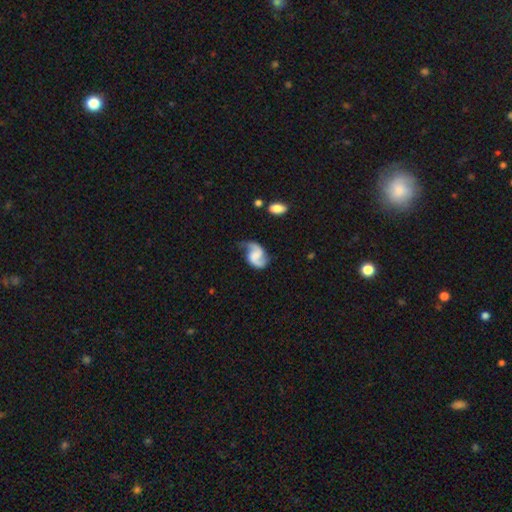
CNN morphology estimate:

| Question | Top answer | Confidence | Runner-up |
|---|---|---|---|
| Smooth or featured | featured or disk | 84% | smooth (11%) |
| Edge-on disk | no | 98% | yes (2%) |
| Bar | weak | 43% | no (42%) |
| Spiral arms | yes | 96% | no (4%) |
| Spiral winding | loose | 50% | medium (40%) |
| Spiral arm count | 2 | 90% | 1 (4%) |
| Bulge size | none | 45% | small (23%) |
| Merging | none | 64% | minor disturbance (23%) |